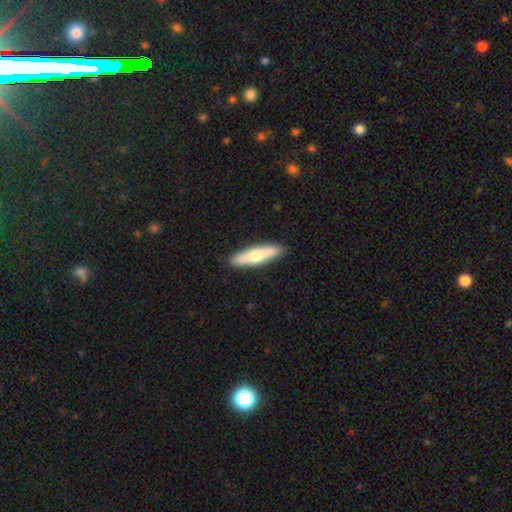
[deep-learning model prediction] The model was most divided on "smooth or featured": smooth: 56%, featured or disk: 39%, star or artifact: 5%. More confident: merging — none (90%); how rounded — cigar-shaped (74%).